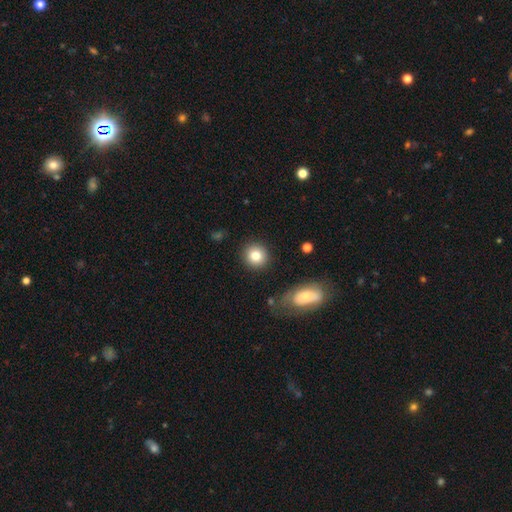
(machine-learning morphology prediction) smooth-or-featured: smooth: 82% | star or artifact: 9% | featured or disk: 9%
  how-rounded: round: 91% | in between: 8% | cigar-shaped: 1%
  merging: none: 89% | minor disturbance: 6% | major disturbance: 2% | merger: 2%